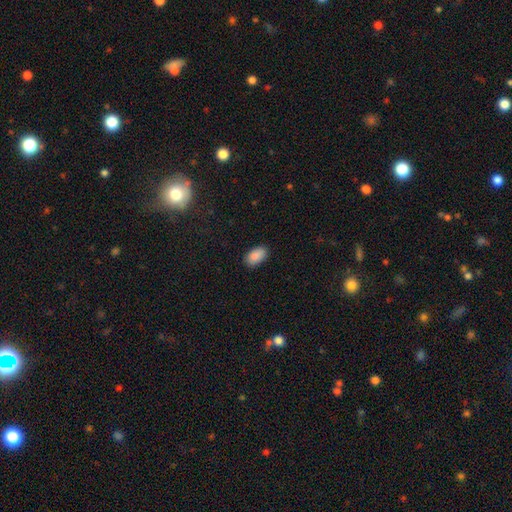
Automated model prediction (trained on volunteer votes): Smooth or featured? smooth (88%)
How rounded? in between (94%)
Merging? none (87%)